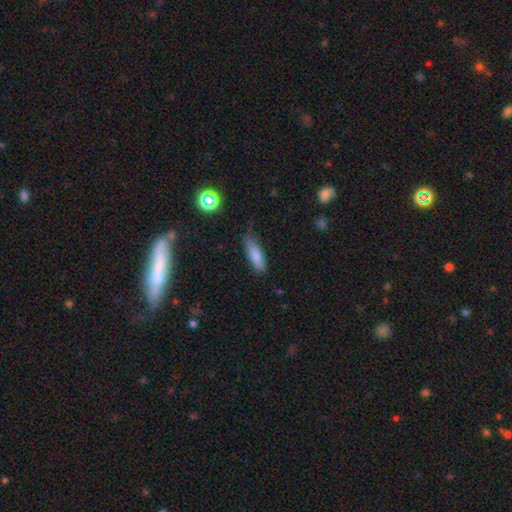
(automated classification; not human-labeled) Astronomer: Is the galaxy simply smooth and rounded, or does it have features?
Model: smooth — 81%.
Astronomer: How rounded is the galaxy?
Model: cigar-shaped — 50% (runner-up: in between, 48%).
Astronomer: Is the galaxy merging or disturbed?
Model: none — 68%.